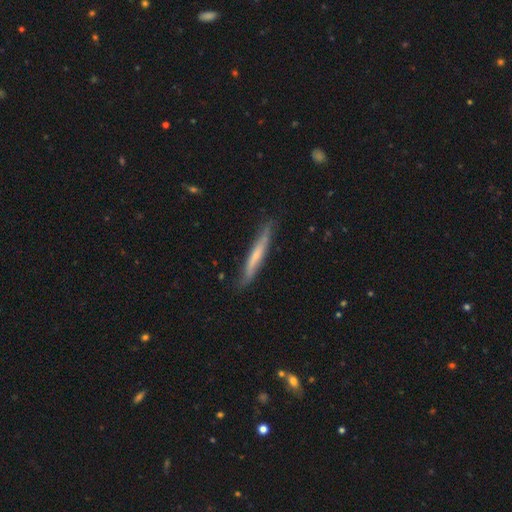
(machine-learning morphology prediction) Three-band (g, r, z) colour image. It shows a featured or disk galaxy (50%) viewed edge-on (91%). Merging: none (82%).